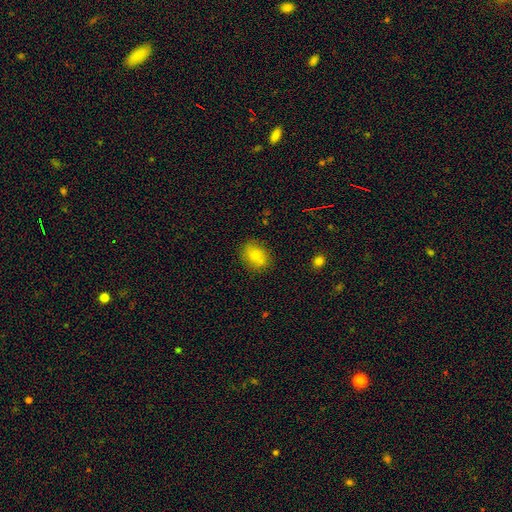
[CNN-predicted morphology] This is likely a smooth galaxy (72%). How rounded: possibly in between (51%). Merging: likely none (78%).